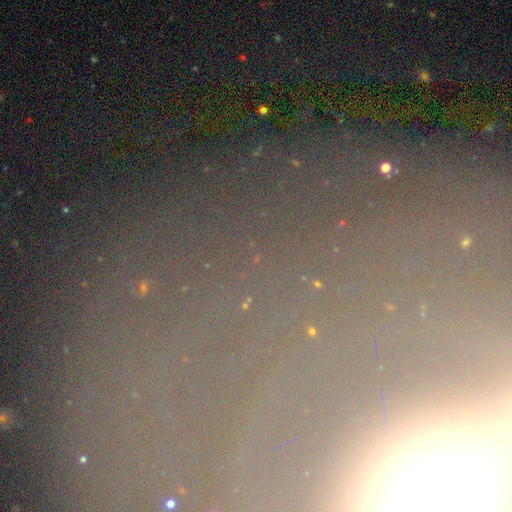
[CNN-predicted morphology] Overall: star or artifact (68%).